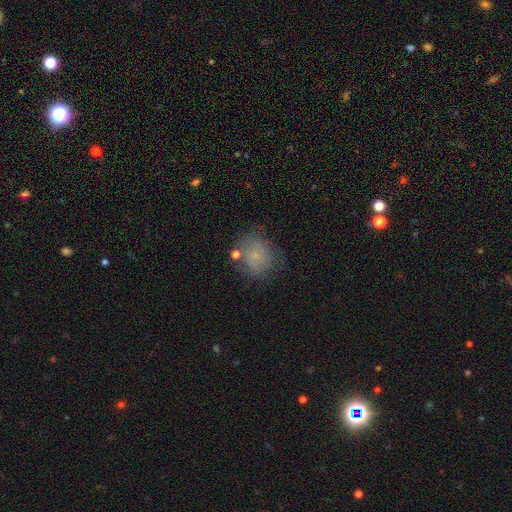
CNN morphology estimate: smooth 68%, featured or disk 20%, star or artifact 13%. Down the decision tree: how rounded — round (78%); merging — none (63%).